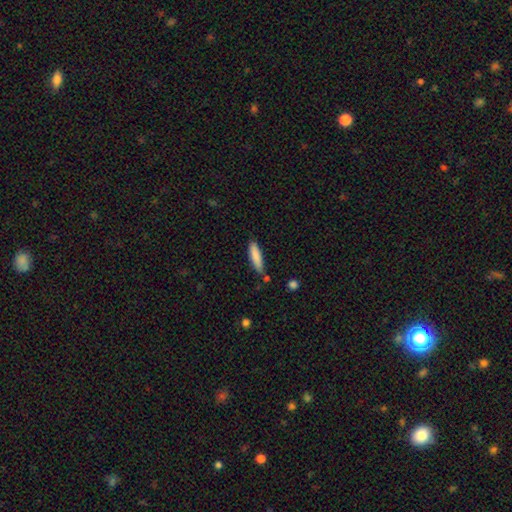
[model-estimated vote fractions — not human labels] Smooth or featured? Predicted: smooth (p=0.85). How rounded? Predicted: cigar-shaped (p=0.74). Merging? Predicted: none (p=0.72).